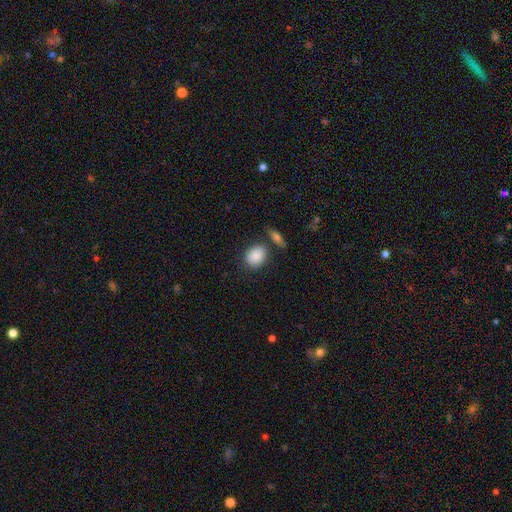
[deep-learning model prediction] Smooth or featured? Predicted: smooth (p=0.88). How rounded? Predicted: in between (p=0.61). Merging? Predicted: none (p=0.71).